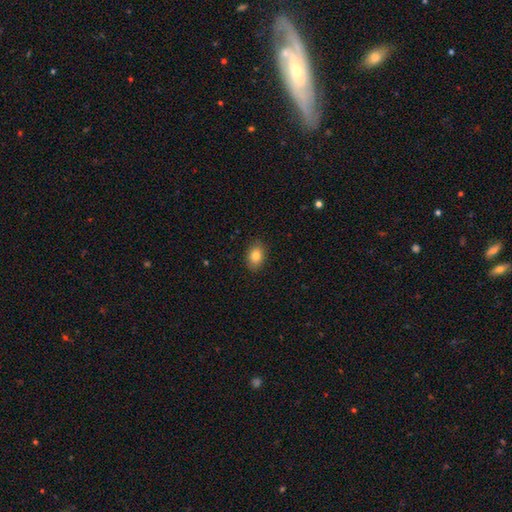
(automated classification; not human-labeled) The model was most divided on "how rounded": in between: 78%, round: 21%, cigar-shaped: 1%. More confident: merging — none (88%); smooth or featured — smooth (82%).